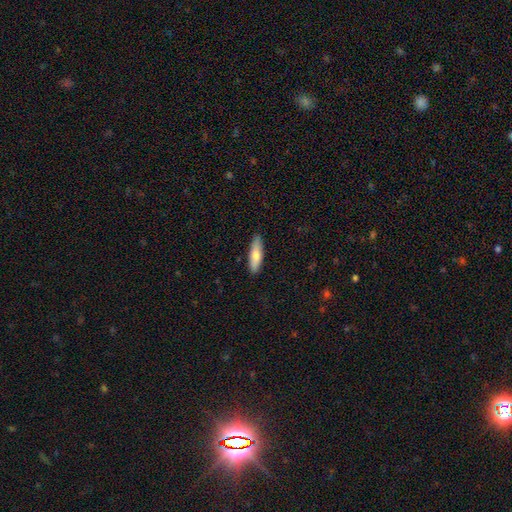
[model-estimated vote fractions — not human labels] Morphology: type=smooth (75%); roundness=cigar-shaped (59%); merging=none (87%).